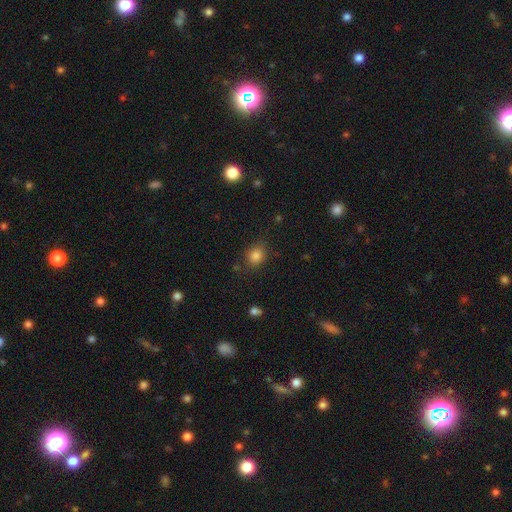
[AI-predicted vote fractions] Morphology: type=smooth (83%); roundness=round (57%); merging=none (79%).